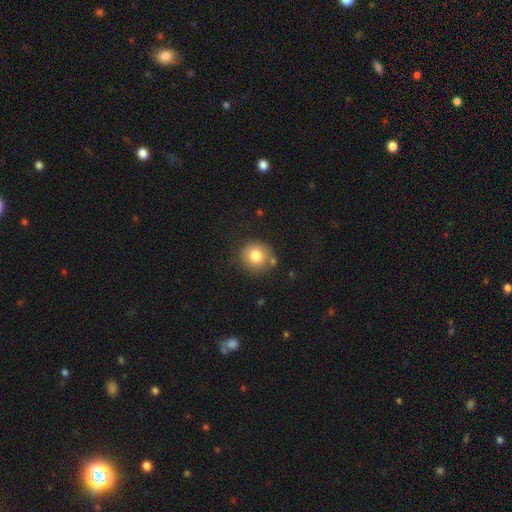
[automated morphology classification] Overall: smooth (79%). How rounded: round (90%). Merging: none (76%).